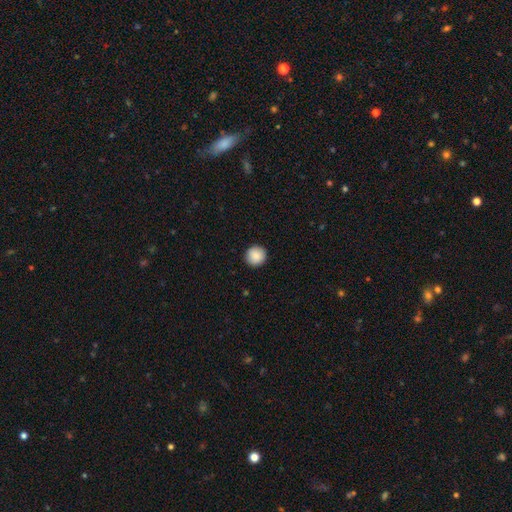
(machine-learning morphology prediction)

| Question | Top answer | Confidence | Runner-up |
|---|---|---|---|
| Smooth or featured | smooth | 89% | star or artifact (8%) |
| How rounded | round | 95% | in between (4%) |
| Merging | none | 93% | minor disturbance (5%) |